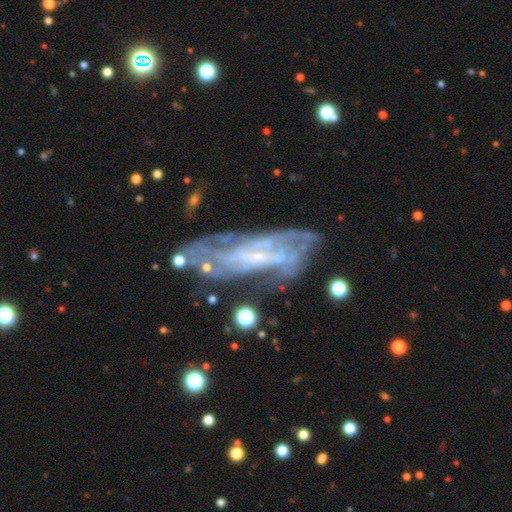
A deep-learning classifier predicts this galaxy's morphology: smooth-or-featured: featured or disk: 77% | smooth: 14% | star or artifact: 9%
  disk-edge-on: no: 81% | yes: 19%
    bar: no: 47% | weak: 34% | strong: 20%
    has-spiral-arms: yes: 75% | no: 25%
    bulge-size: small: 53% | none: 32% | moderate: 13% | large: 2% | dominant: 1%
  merging: none: 60% | minor disturbance: 21% | major disturbance: 14% | merger: 6%